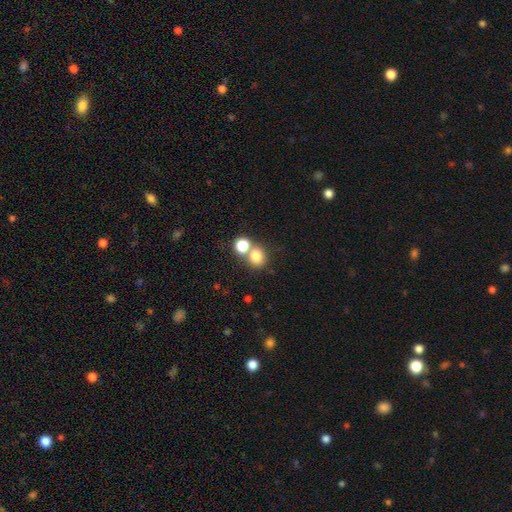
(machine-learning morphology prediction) smooth 78%, star or artifact 13%, featured or disk 8%. Down the decision tree: how rounded — round (78%); merging — none (51%).